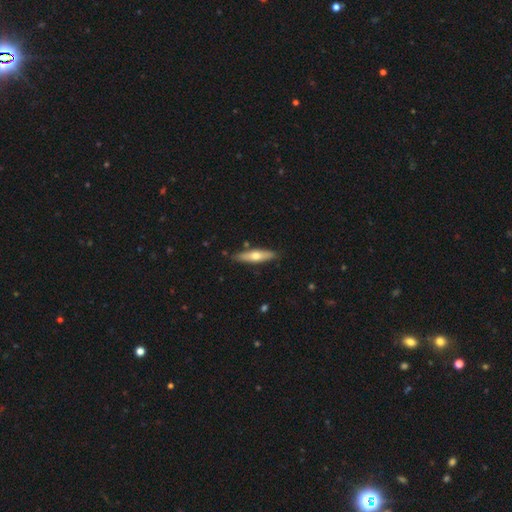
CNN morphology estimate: Smooth or featured: smooth — 53% (featured or disk — 41%)
How rounded: cigar-shaped — 72% (in between — 27%)
Merging: none — 85% (minor disturbance — 10%)